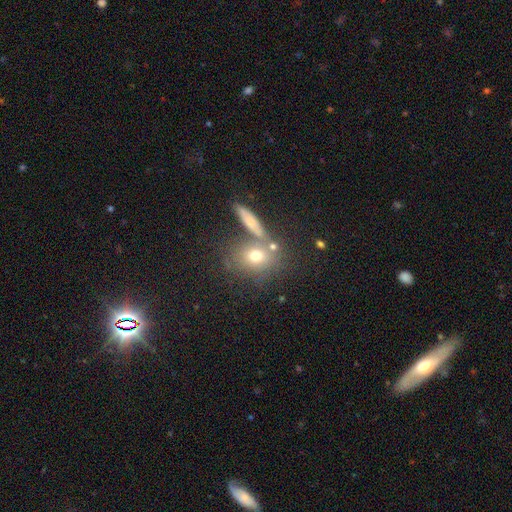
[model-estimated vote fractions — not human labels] This appears to be a smooth galaxy with no disk features (67%) that is round (58%). Merging: none (59%).